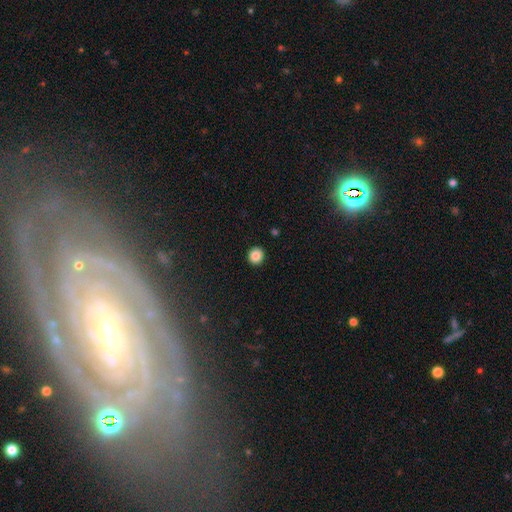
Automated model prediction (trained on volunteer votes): A smooth galaxy with no disk features (86%) that is round (91%). Merging: none (93%).